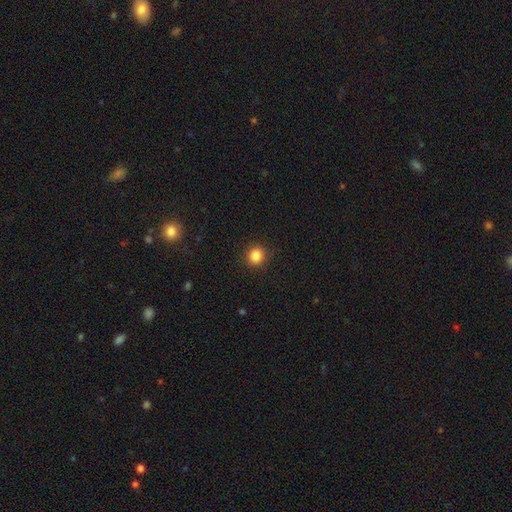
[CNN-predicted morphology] Smooth or featured? Predicted: smooth (p=0.85). How rounded? Predicted: round (p=0.89). Merging? Predicted: none (p=0.91).